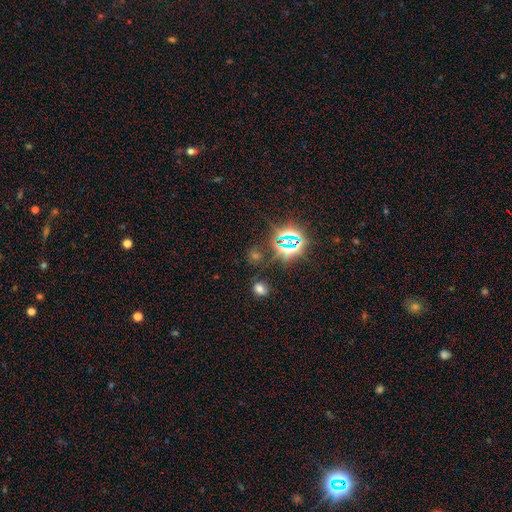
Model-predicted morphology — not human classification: type=star or artifact (72%).